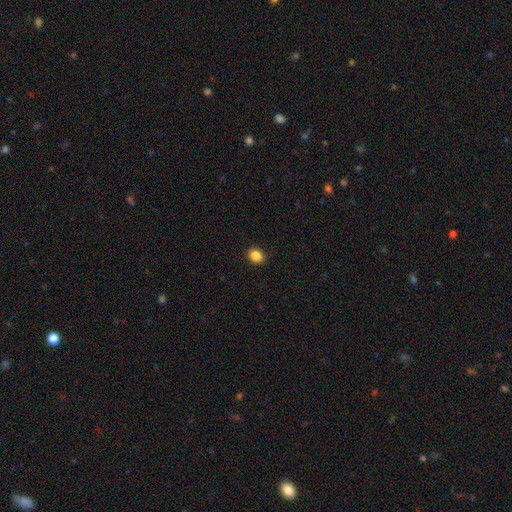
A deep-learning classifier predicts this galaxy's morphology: This appears to be a smooth galaxy with no disk features (86%) that is round (58%). Merging: none (92%).